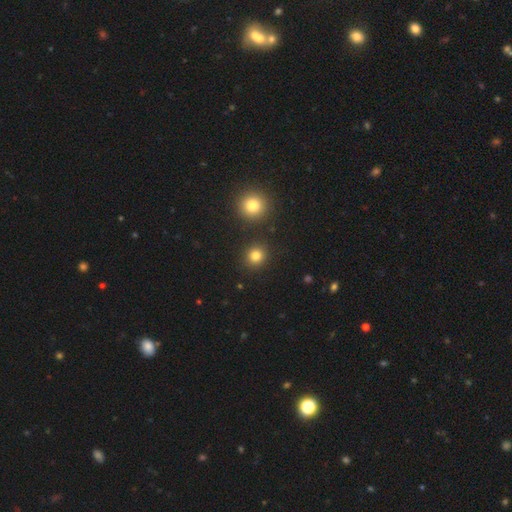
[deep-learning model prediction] Q: Smooth or featured?
A: smooth (81%); runner-up: star or artifact (14%)
Q: How rounded?
A: round (89%); runner-up: in between (10%)
Q: Merging?
A: none (89%); runner-up: minor disturbance (6%)